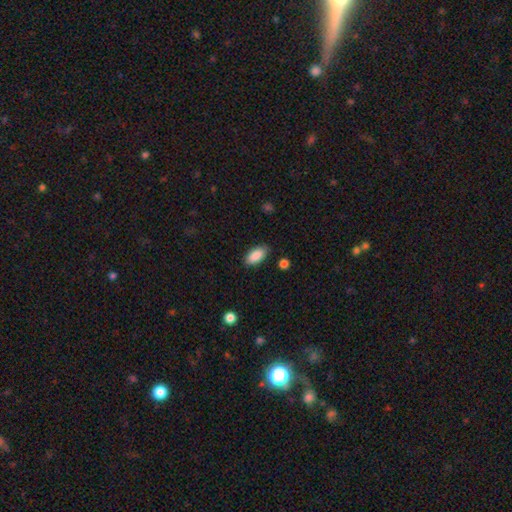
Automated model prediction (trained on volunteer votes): smooth_or_featured: smooth (p=0.89) [alt: star or artifact p=0.07]
how_rounded: in between (p=0.92) [alt: cigar-shaped p=0.06]
merging: none (p=0.85) [alt: minor disturbance p=0.11]